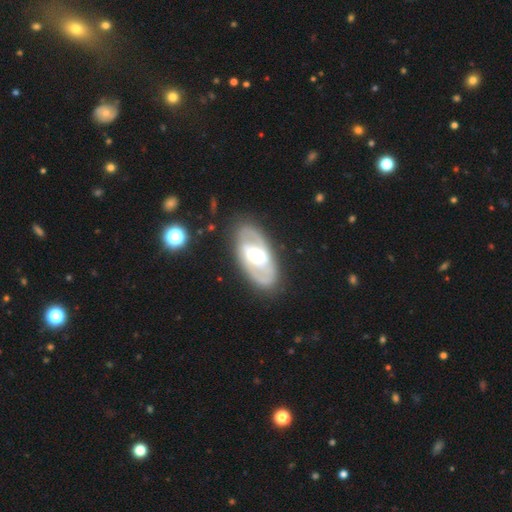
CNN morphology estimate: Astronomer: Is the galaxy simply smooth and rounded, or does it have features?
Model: featured or disk — 78%.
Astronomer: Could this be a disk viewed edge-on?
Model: no — 93%.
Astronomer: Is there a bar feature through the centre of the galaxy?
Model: weak — 39% (runner-up: no, 31%).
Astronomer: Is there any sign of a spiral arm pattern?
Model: yes — 72%.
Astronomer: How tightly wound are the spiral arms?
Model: medium — 42% (runner-up: tight, 41%).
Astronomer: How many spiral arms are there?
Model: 2 — 81%.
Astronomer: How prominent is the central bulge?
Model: moderate — 69%.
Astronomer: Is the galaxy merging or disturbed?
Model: none — 84%.